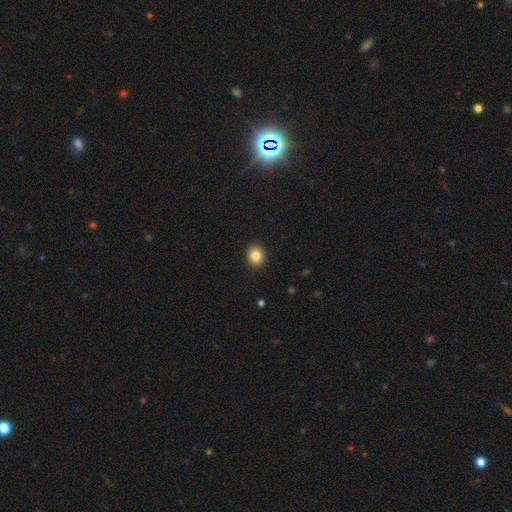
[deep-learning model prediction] The model was most divided on "how rounded": round: 66%, in between: 34%, cigar-shaped: 1%. More confident: merging — none (92%); smooth or featured — smooth (84%).